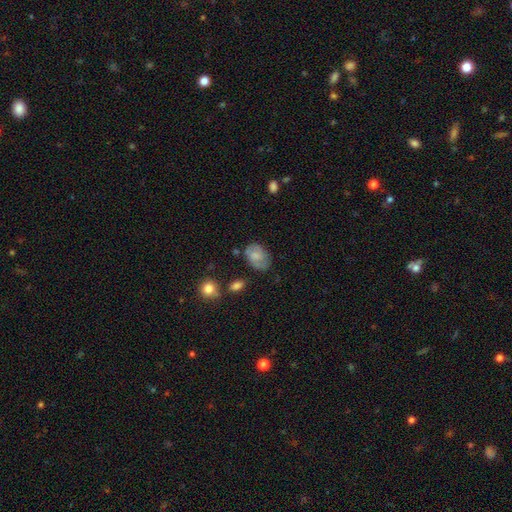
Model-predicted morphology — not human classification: Smooth or featured?
  - smooth: 62% *
  - featured or disk: 30%
  - star or artifact: 8%
How rounded?
  - in between: 79% *
  - round: 20%
  - cigar-shaped: 1%
Merging?
  - none: 63% *
  - minor disturbance: 25%
  - major disturbance: 8%
  - merger: 4%